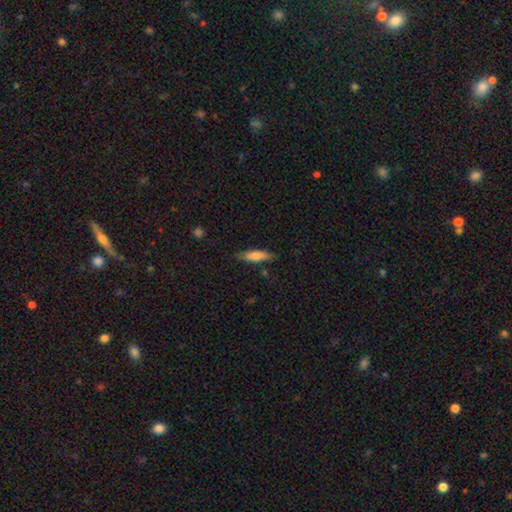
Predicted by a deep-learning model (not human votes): A smooth galaxy with no disk features (72%) that is cigar-shaped (69%).

Vote fractions:
- Smooth or featured? smooth: 72% / featured or disk: 22% / star or artifact: 6%
- How rounded? cigar-shaped: 69% / in between: 29% / round: 2%
- Merging? none: 83% / minor disturbance: 13% / major disturbance: 2% / merger: 2%